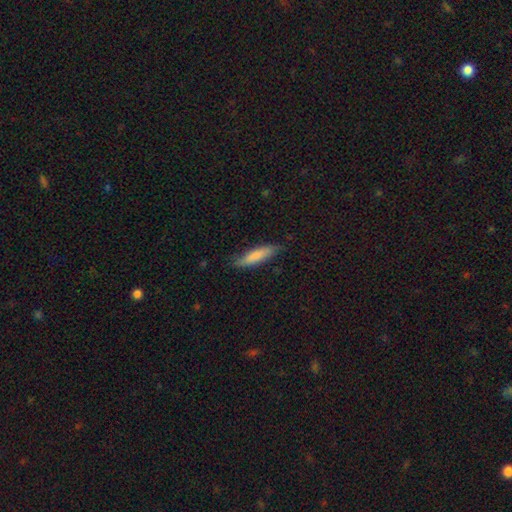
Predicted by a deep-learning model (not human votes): Q: Smooth or featured?
A: smooth (79%); runner-up: featured or disk (15%)
Q: How rounded?
A: cigar-shaped (77%); runner-up: in between (21%)
Q: Merging?
A: none (76%); runner-up: minor disturbance (19%)